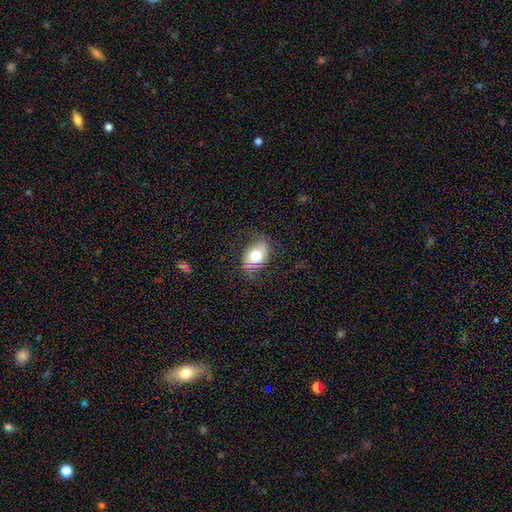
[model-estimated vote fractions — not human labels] smooth-or-featured: smooth: 65% | featured or disk: 25% | star or artifact: 10%
  how-rounded: in between: 78% | round: 21% | cigar-shaped: 2%
  merging: none: 74% | minor disturbance: 18% | major disturbance: 7% | merger: 1%